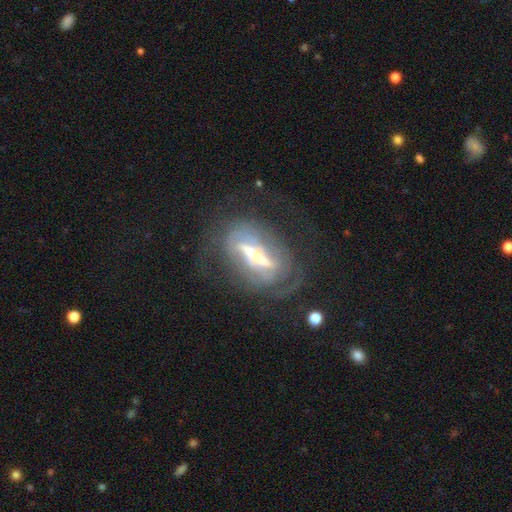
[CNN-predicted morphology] This is likely a featured or disk galaxy (79%). It is likely not viewed edge-on (60%). Merging: likely none (63%).